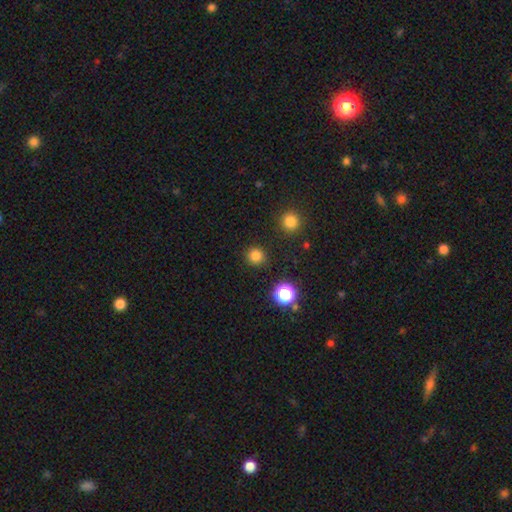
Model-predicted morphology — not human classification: This appears to be a smooth galaxy with no disk features (79%) that is round (94%). Merging: none (90%).